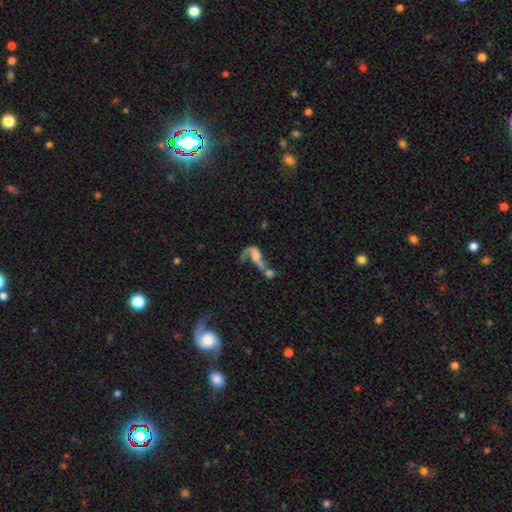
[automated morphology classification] Smooth or featured?
  - featured or disk: 65% *
  - smooth: 24%
  - star or artifact: 11%
Edge-on disk?
  - no: 94% *
  - yes: 6%
Bar?
  - no: 65% *
  - weak: 25%
  - strong: 10%
Spiral arms?
  - yes: 74% *
  - no: 26%
Bulge size?
  - none: 41% *
  - small: 25%
  - moderate: 22%
  - large: 10%
  - dominant: 3%
Merging?
  - merger: 57% *
  - major disturbance: 20%
  - none: 15%
  - minor disturbance: 7%